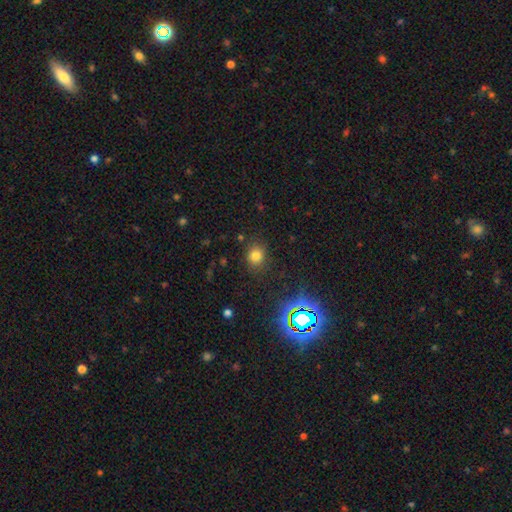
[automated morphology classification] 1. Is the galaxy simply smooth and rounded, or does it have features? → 74% smooth, 19% star or artifact, 7% featured or disk.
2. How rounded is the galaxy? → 77% round, 22% in between, 1% cigar-shaped.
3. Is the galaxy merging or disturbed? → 83% none, 11% minor disturbance, 4% major disturbance, 2% merger.